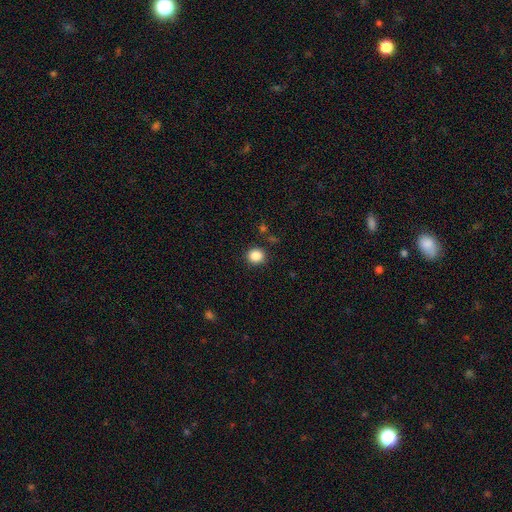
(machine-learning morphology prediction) Smooth or featured?
  - smooth: 86% *
  - star or artifact: 10%
  - featured or disk: 3%
How rounded?
  - round: 86% *
  - in between: 13%
  - cigar-shaped: 1%
Merging?
  - none: 88% *
  - minor disturbance: 7%
  - major disturbance: 2%
  - merger: 2%